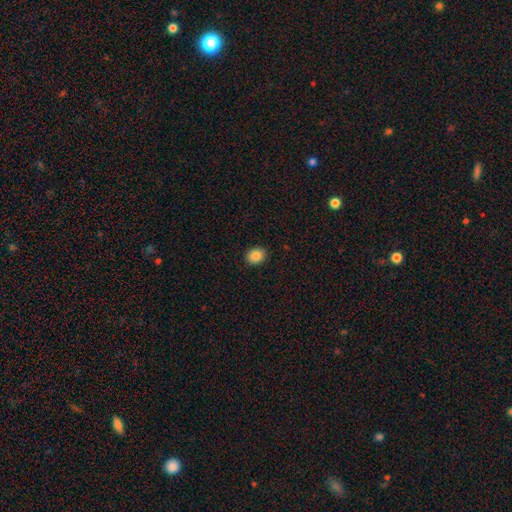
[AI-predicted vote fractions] This appears to be a smooth galaxy with no disk features (86%) that is round (58%). Merging: none (90%).